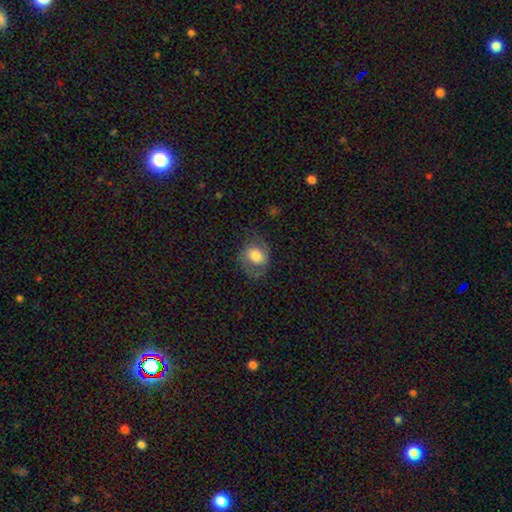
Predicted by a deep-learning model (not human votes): A smooth galaxy with no disk features (59%) that is round (52%).

Vote fractions:
- Smooth or featured? smooth: 59% / featured or disk: 33% / star or artifact: 8%
- How rounded? round: 52% / in between: 47% / cigar-shaped: 1%
- Merging? none: 62% / minor disturbance: 22% / major disturbance: 14% / merger: 1%